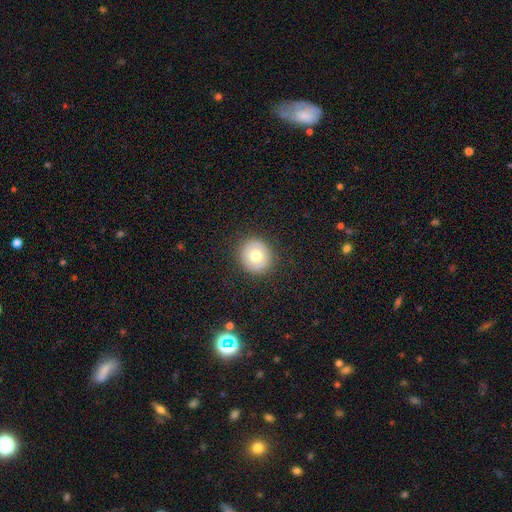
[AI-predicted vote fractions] Morphology: type=smooth (66%); roundness=round (90%); merging=none (89%).